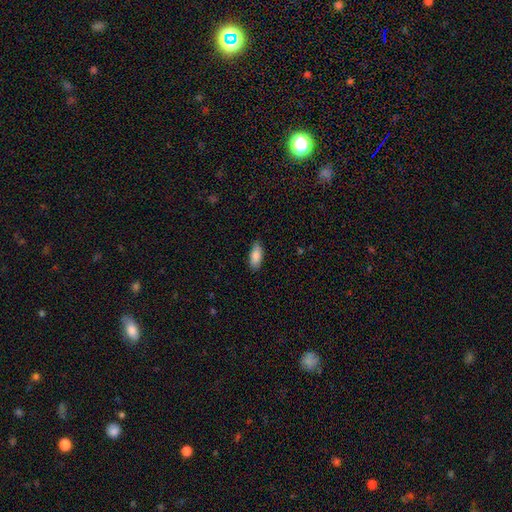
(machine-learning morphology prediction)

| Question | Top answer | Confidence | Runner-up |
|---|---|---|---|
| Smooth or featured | smooth | 86% | featured or disk (8%) |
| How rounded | in between | 83% | cigar-shaped (15%) |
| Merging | none | 81% | minor disturbance (15%) |